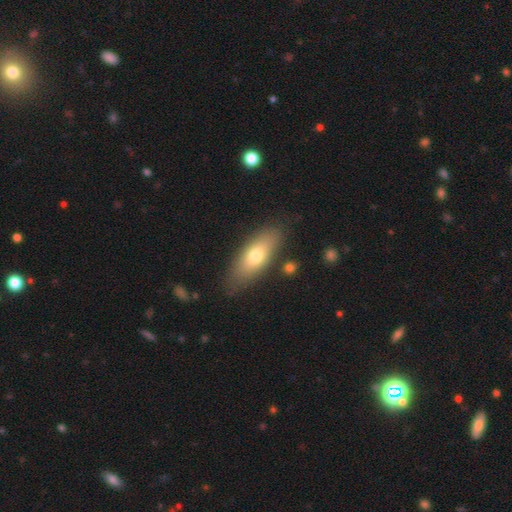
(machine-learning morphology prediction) Overall: smooth (68%). How rounded: in between (69%). Merging: none (82%).